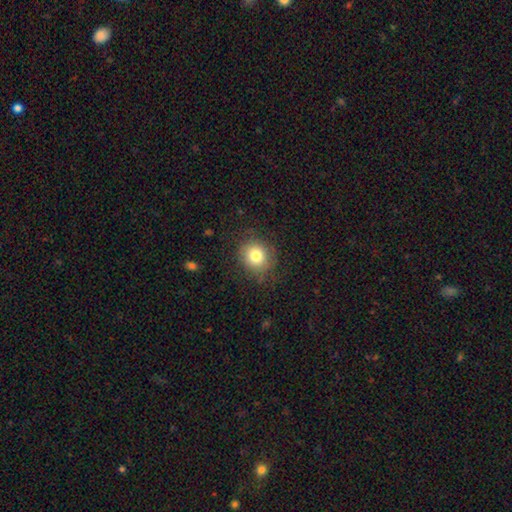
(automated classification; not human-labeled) smooth-or-featured: smooth: 80% | featured or disk: 10% | star or artifact: 10%
  how-rounded: round: 82% | in between: 17% | cigar-shaped: 1%
  merging: none: 81% | minor disturbance: 13% | major disturbance: 5% | merger: 1%